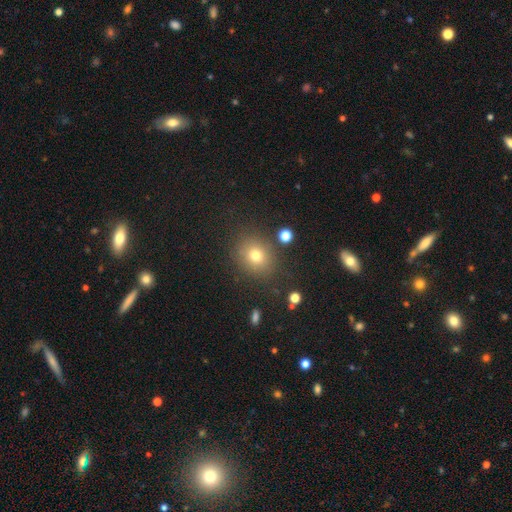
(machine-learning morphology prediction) smooth_or_featured: smooth (p=0.74) [alt: star or artifact p=0.16]
how_rounded: round (p=0.73) [alt: in between p=0.26]
merging: none (p=0.84) [alt: minor disturbance p=0.09]